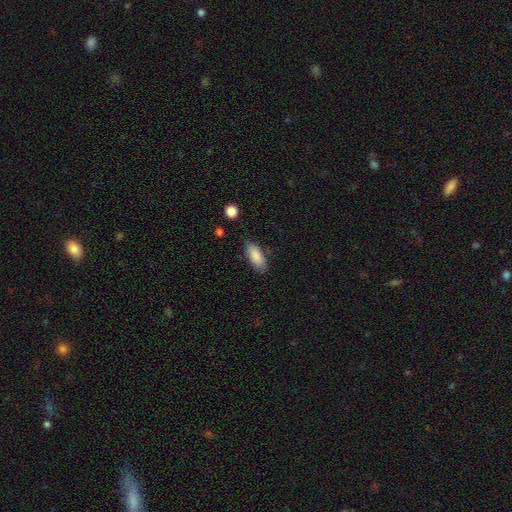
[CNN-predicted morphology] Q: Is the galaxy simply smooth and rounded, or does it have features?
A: smooth — 87%.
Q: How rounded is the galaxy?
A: in between — 79%.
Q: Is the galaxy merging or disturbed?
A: none — 81%.